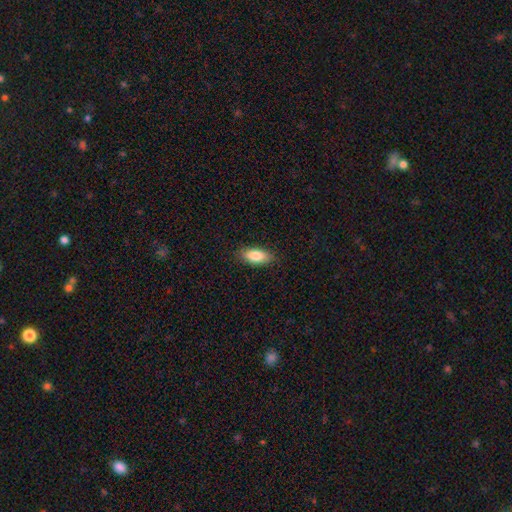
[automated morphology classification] This appears to be a smooth galaxy with no disk features (83%) that is in between round and cigar-shaped (84%). Merging: none (85%).